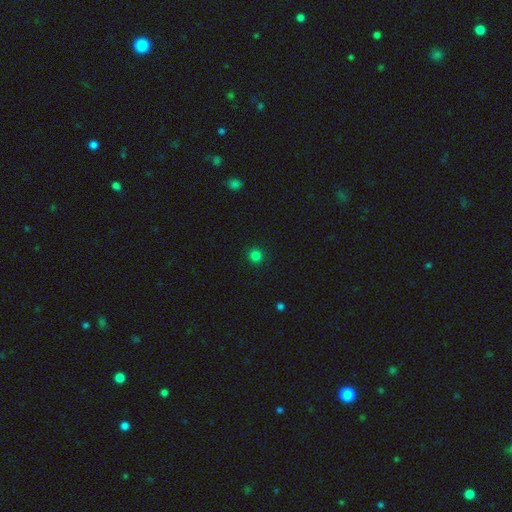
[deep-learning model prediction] This appears to be a smooth galaxy with no disk features (82%) that is round (93%). Merging: none (92%).